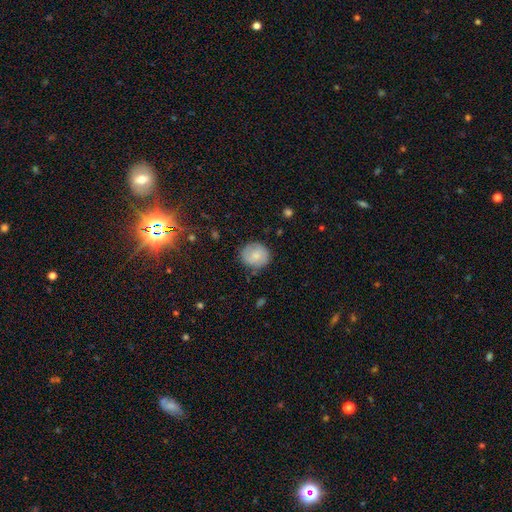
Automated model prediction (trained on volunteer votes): Smooth or featured: smooth — 71% (featured or disk — 22%)
How rounded: round — 85% (in between — 14%)
Merging: none — 78% (minor disturbance — 16%)